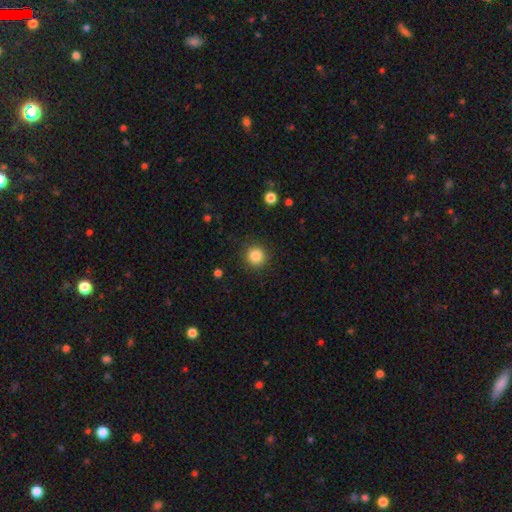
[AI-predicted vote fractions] Smooth or featured: smooth — 85% (star or artifact — 10%)
How rounded: round — 94% (in between — 5%)
Merging: none — 90% (minor disturbance — 7%)